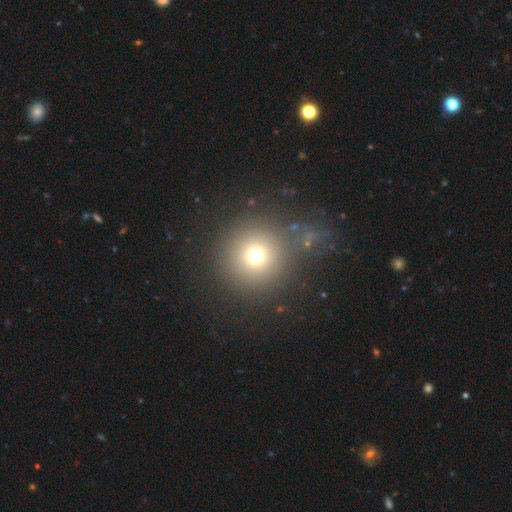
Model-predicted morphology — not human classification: A smooth galaxy with no disk features (71%) that is round (95%).

Vote fractions:
- Smooth or featured? smooth: 71% / star or artifact: 18% / featured or disk: 10%
- How rounded? round: 95% / in between: 4% / cigar-shaped: 1%
- Merging? none: 81% / minor disturbance: 8% / major disturbance: 6% / merger: 4%